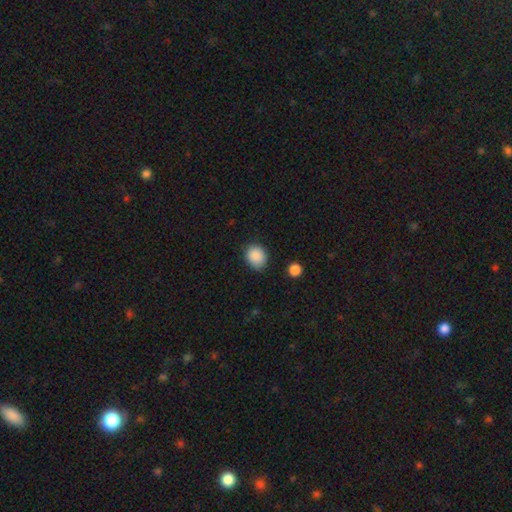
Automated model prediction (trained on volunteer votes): Smooth or featured: smooth — 88% (star or artifact — 8%)
How rounded: round — 65% (in between — 34%)
Merging: none — 77% (minor disturbance — 17%)